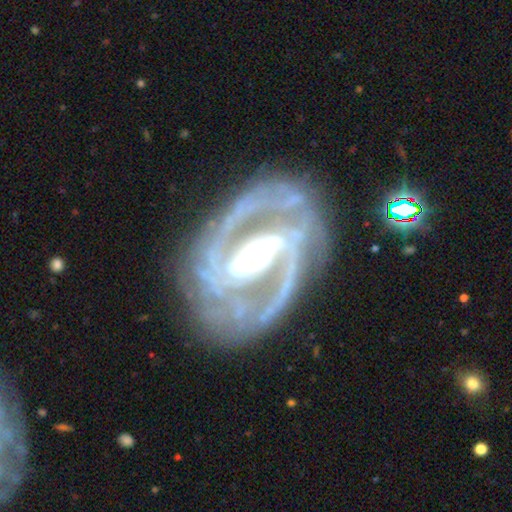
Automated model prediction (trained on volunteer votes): Smooth or featured? Predicted: featured or disk (p=0.93). Edge-on disk? Predicted: no (p=0.97). Bar? Predicted: strong (p=0.58). Spiral arms? Predicted: yes (p=0.98). Spiral winding? Predicted: medium (p=0.48). Spiral arm count? Predicted: 2 (p=0.73). Bulge size? Predicted: moderate (p=0.63). Merging? Predicted: none (p=0.74).